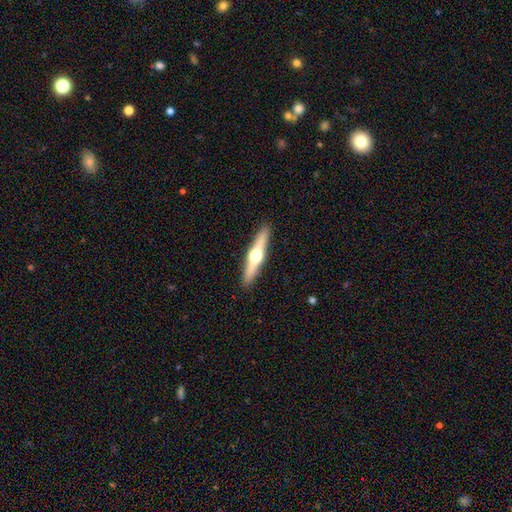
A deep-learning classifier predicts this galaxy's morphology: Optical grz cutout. It shows a featured or disk galaxy (69%) viewed edge-on (97%) with a rounded central bulge (96%). Merging: none (92%).